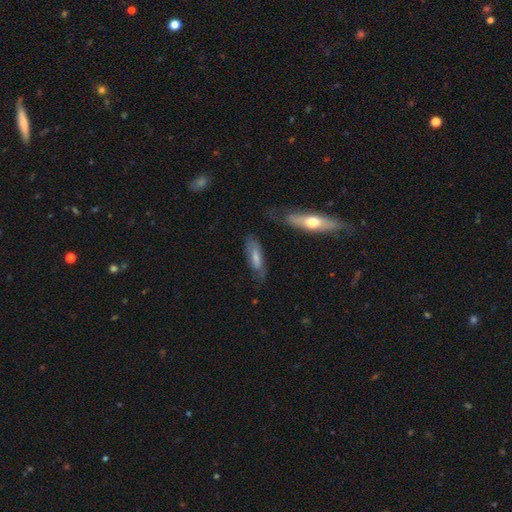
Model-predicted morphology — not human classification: Q: Smooth or featured?
A: featured or disk (47%); runner-up: smooth (44%)
Q: Merging?
A: none (65%); runner-up: minor disturbance (23%)